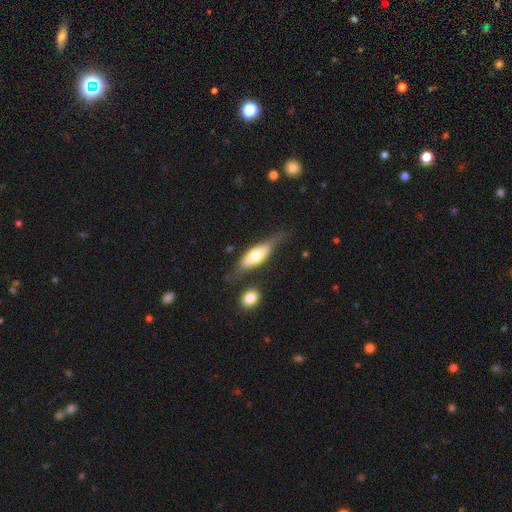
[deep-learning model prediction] Smooth or featured: smooth — 49% (featured or disk — 45%)
Merging: none — 54% (minor disturbance — 25%)